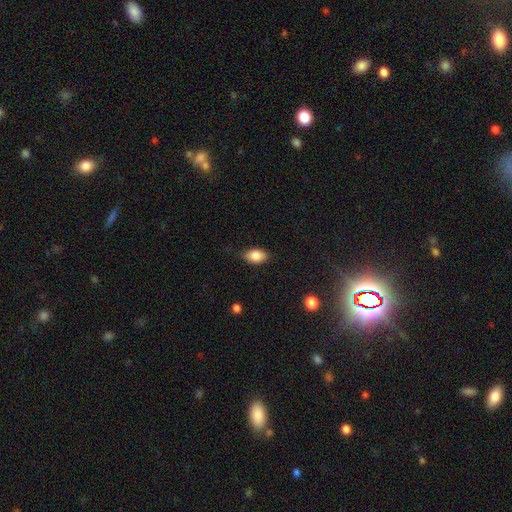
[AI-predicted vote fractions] This is clearly a smooth galaxy (85%). How rounded: clearly in between (90%). Merging: clearly none (81%).